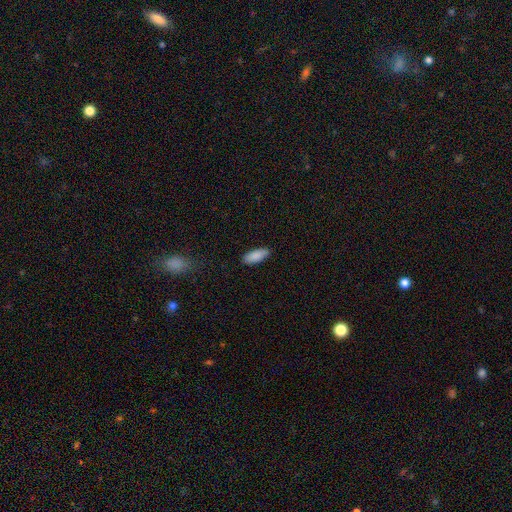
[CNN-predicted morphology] This appears to be a smooth galaxy with no disk features (89%) that is in between round and cigar-shaped (79%). Merging: none (88%).